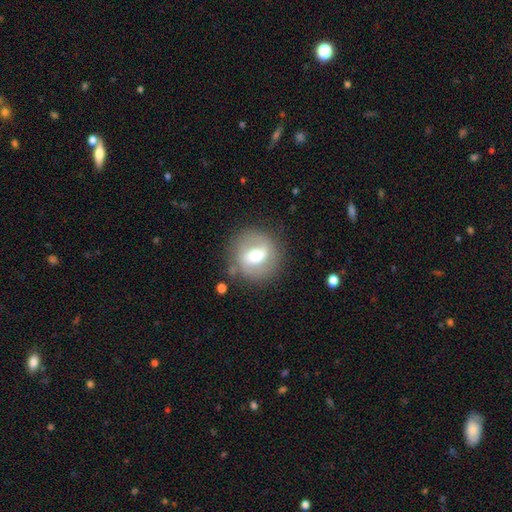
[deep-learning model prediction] featured or disk 55%, smooth 38%, star or artifact 7%. Down the decision tree: edge-on disk — no (95%); bar — weak (43%); spiral arms — yes (59%); bulge size — moderate (67%); merging — none (81%).